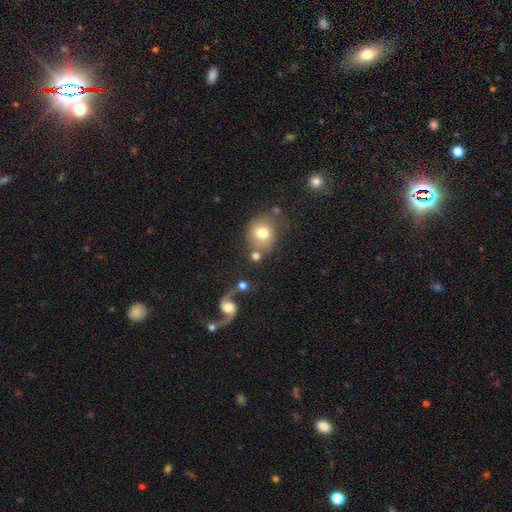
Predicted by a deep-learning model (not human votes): Smooth or featured: smooth — 70% (featured or disk — 19%)
How rounded: round — 78% (in between — 20%)
Merging: none — 59% (merger — 19%)